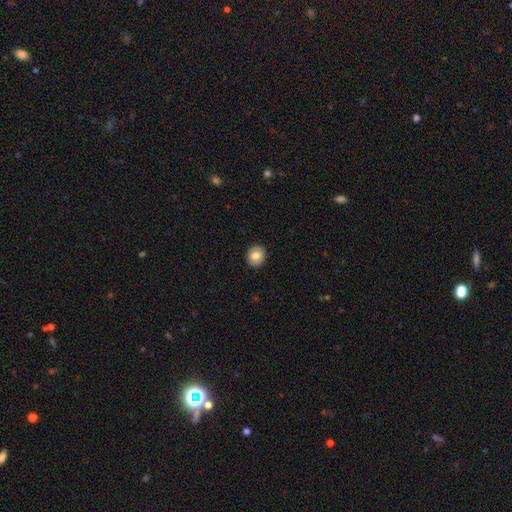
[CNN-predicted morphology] Smooth or featured? smooth (76%)
How rounded? round (73%)
Merging? none (91%)